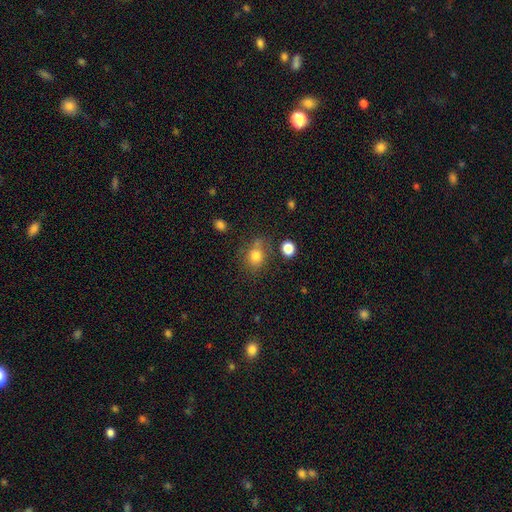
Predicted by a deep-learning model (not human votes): smooth-or-featured: smooth: 79% | star or artifact: 12% | featured or disk: 9%
  how-rounded: round: 63% | in between: 36% | cigar-shaped: 1%
  merging: none: 63% | minor disturbance: 19% | merger: 11% | major disturbance: 7%